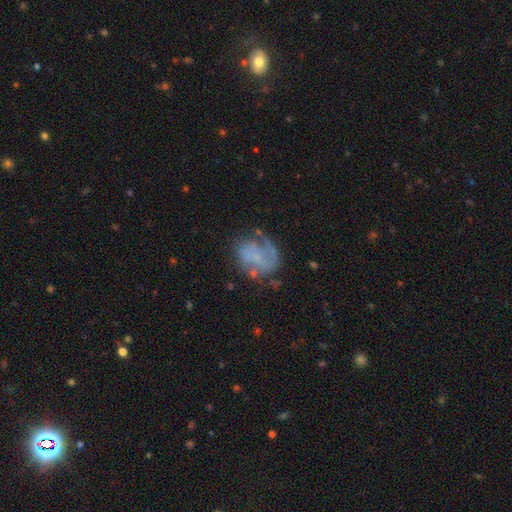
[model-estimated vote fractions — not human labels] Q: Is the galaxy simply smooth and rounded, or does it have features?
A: featured or disk — 66%.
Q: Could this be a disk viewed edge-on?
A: no — 98%.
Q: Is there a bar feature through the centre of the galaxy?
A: no — 66%.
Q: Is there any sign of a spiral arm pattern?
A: yes — 76%.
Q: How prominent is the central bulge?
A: small — 43%, tied with none.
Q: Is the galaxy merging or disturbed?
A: none — 52%.